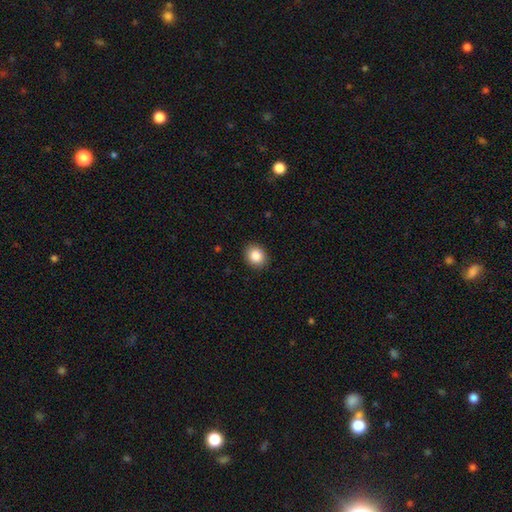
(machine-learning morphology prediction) A smooth galaxy with no disk features (86%) that is round (61%). Merging: none (90%).